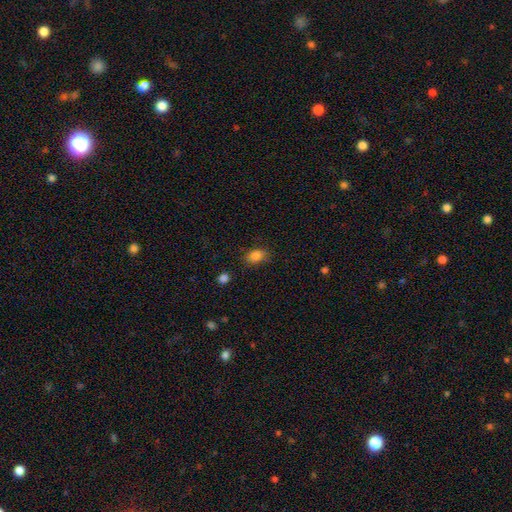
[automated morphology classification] Smooth or featured?
  - smooth: 83% *
  - star or artifact: 11%
  - featured or disk: 6%
How rounded?
  - in between: 72% *
  - round: 27%
  - cigar-shaped: 1%
Merging?
  - none: 80% *
  - minor disturbance: 14%
  - major disturbance: 3%
  - merger: 2%